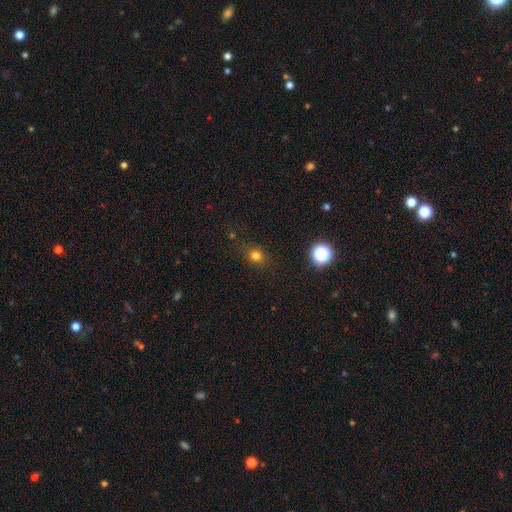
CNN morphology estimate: type=smooth (75%); roundness=round (73%); merging=none (84%).